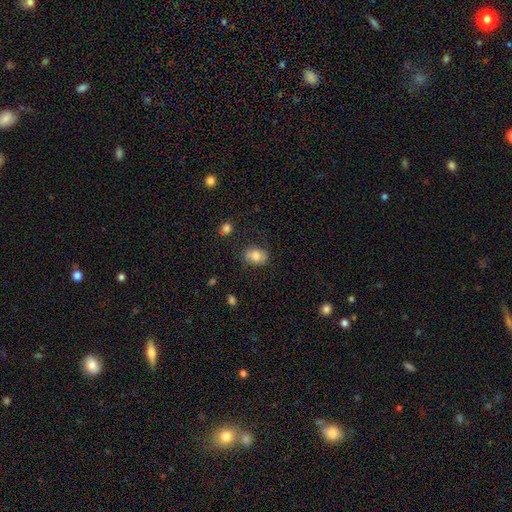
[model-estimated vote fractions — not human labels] smooth-or-featured: smooth: 76% | featured or disk: 15% | star or artifact: 9%
  how-rounded: in between: 67% | round: 32% | cigar-shaped: 1%
  merging: none: 75% | minor disturbance: 18% | major disturbance: 5% | merger: 2%